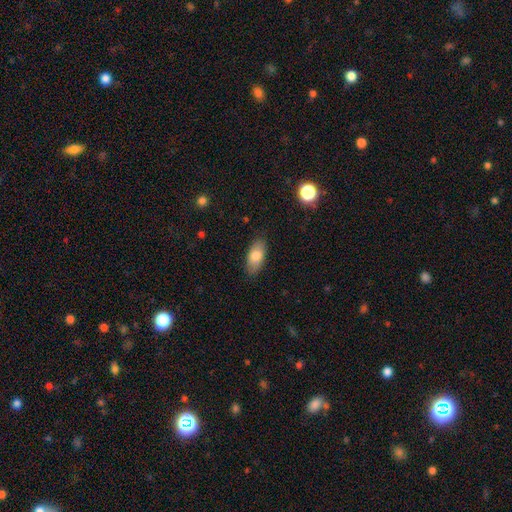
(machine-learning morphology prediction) type=smooth (78%); roundness=in between (89%); merging=none (85%).